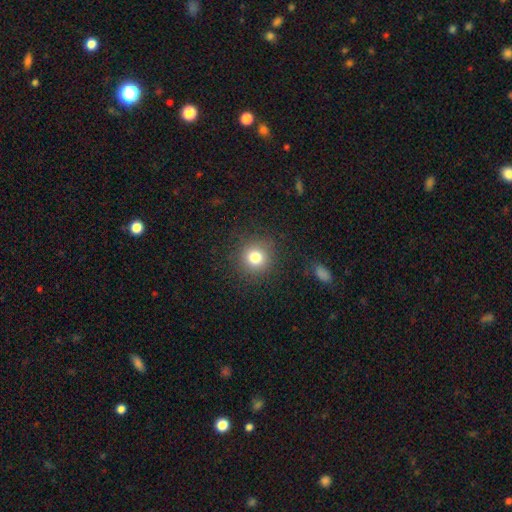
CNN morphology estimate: This appears to be a smooth galaxy with no disk features (73%) that is round (95%). Merging: none (92%).